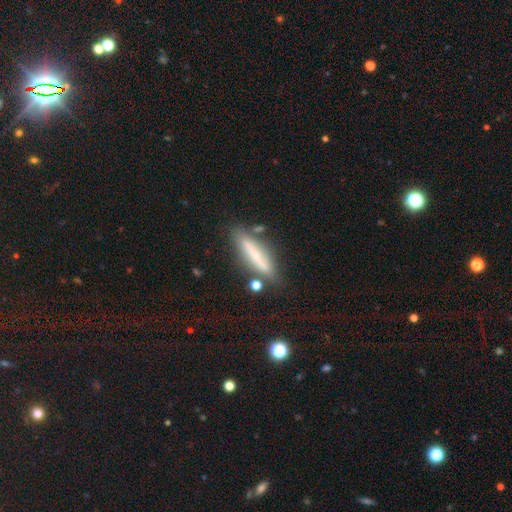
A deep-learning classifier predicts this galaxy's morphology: smooth-or-featured: smooth: 55% | featured or disk: 36% | star or artifact: 8%
  how-rounded: cigar-shaped: 81% | in between: 17% | round: 2%
  merging: none: 74% | minor disturbance: 15% | merger: 6% | major disturbance: 4%